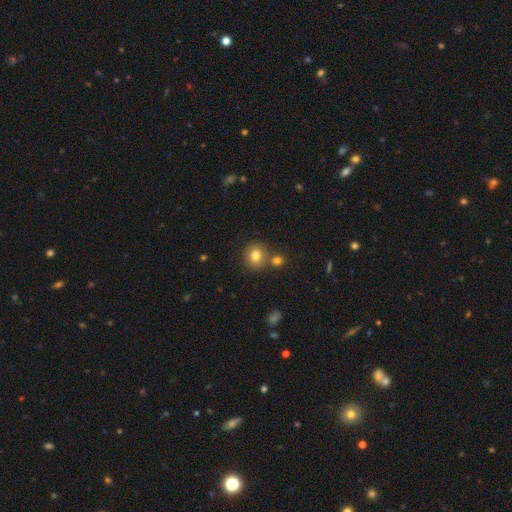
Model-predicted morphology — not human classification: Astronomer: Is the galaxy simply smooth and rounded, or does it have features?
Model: smooth — 79%.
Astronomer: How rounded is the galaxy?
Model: round — 86%.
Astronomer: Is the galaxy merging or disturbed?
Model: none — 71%.